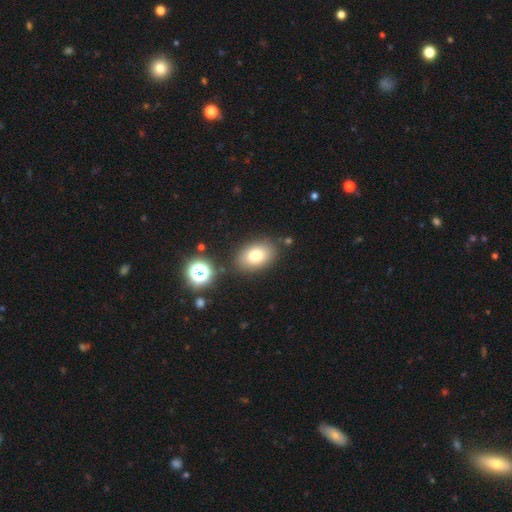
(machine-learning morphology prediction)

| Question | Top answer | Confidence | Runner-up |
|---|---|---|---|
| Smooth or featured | smooth | 79% | featured or disk (11%) |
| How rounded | in between | 85% | round (14%) |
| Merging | none | 82% | minor disturbance (11%) |